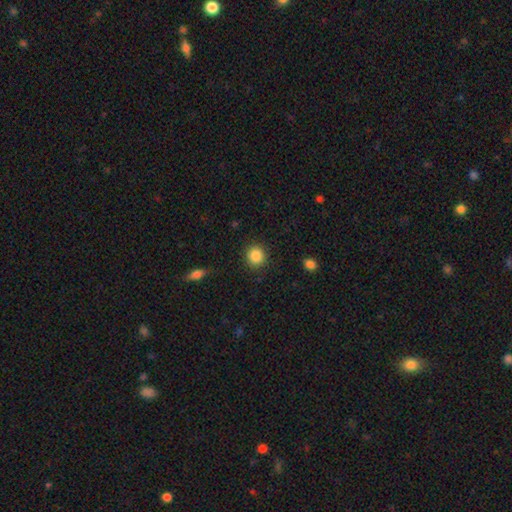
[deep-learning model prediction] Smooth or featured? Predicted: smooth (p=0.87). How rounded? Predicted: round (p=0.88). Merging? Predicted: none (p=0.90).